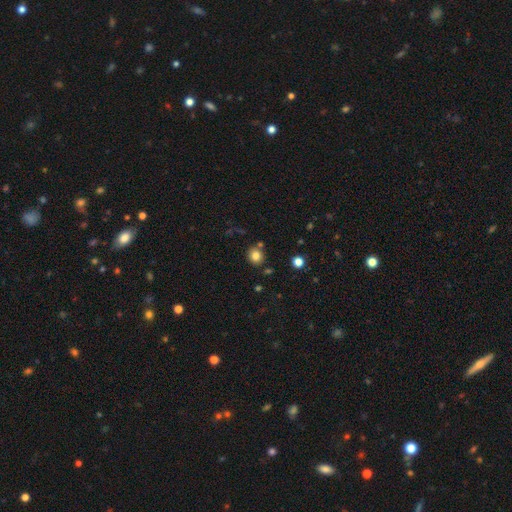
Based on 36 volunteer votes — smooth 94%, featured or disk 3%, star or artifact 3%. Down the decision tree: how rounded — round (79%); merging — none (80%).